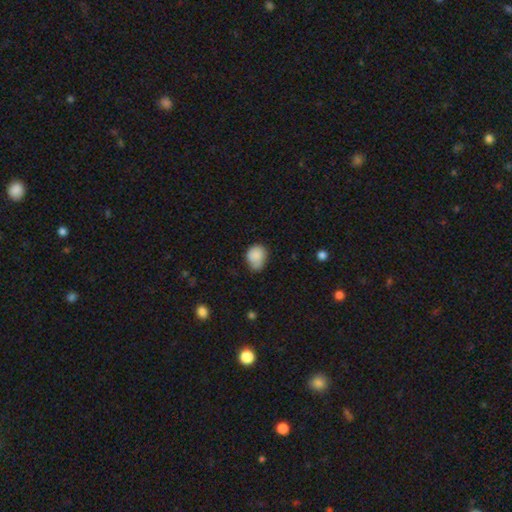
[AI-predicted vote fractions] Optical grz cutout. It shows a smooth galaxy with no disk features (85%) that is in between round and cigar-shaped (50%). Merging: none (50%).